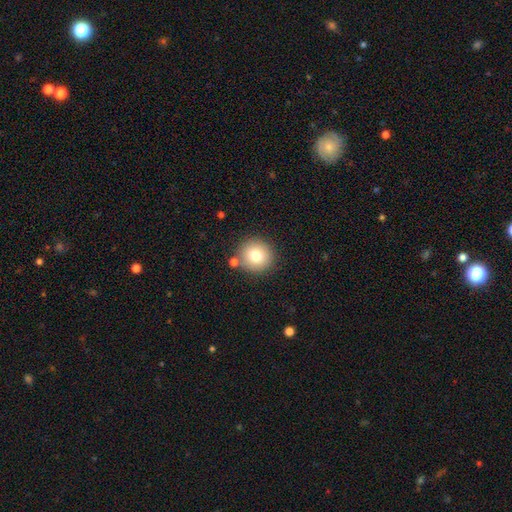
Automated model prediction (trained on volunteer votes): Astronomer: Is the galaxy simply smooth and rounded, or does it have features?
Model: smooth — 77%.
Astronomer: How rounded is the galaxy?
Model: round — 94%.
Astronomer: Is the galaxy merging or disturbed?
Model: none — 82%.